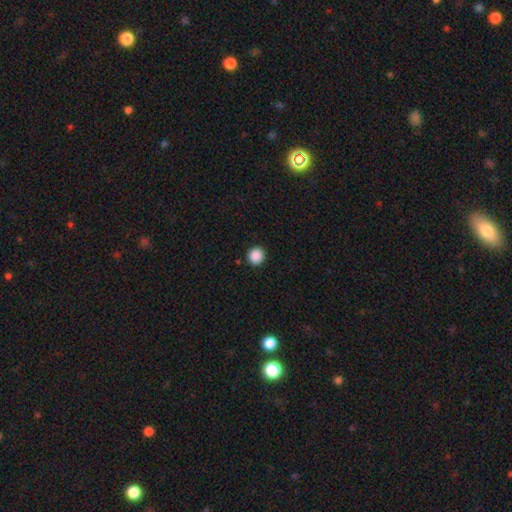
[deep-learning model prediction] The model was most divided on "smooth or featured": smooth: 89%, star or artifact: 9%, featured or disk: 2%. More confident: how rounded — round (92%); merging — none (92%).